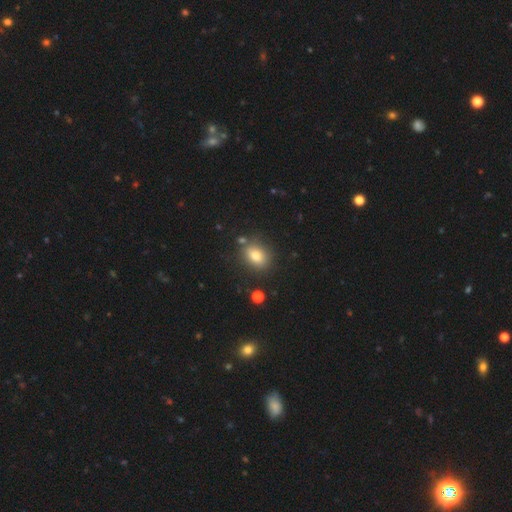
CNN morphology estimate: A smooth galaxy with no disk features (78%) that is in between round and cigar-shaped (68%).

Vote fractions:
- Smooth or featured? smooth: 78% / star or artifact: 11% / featured or disk: 11%
- How rounded? in between: 68% / round: 31% / cigar-shaped: 2%
- Merging? none: 78% / minor disturbance: 12% / merger: 7% / major disturbance: 3%